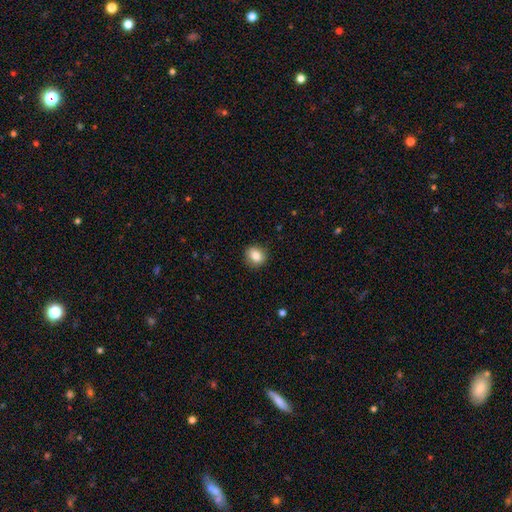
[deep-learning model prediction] A smooth galaxy with no disk features (84%) that is round (80%). Merging: none (89%).